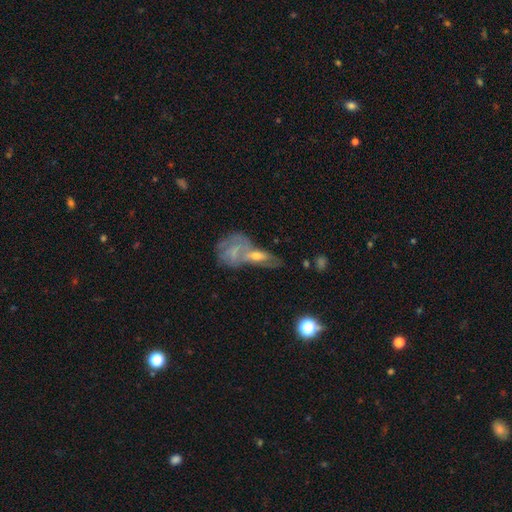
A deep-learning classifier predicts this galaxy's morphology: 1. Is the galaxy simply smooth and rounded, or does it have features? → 53% featured or disk, 36% smooth, 12% star or artifact.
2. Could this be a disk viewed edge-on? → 78% no, 22% yes.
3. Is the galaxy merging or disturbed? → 49% merger, 30% none, 12% minor disturbance, 10% major disturbance.